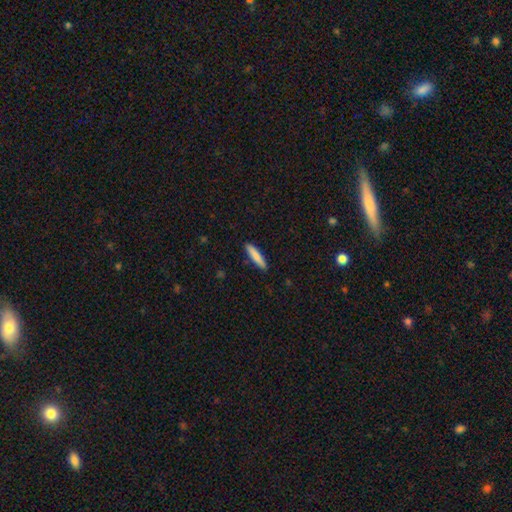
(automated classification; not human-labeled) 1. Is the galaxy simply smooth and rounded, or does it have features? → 83% smooth, 11% featured or disk, 5% star or artifact.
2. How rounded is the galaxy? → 86% cigar-shaped, 12% in between, 1% round.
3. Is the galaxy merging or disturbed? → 90% none, 7% minor disturbance, 2% major disturbance, 1% merger.